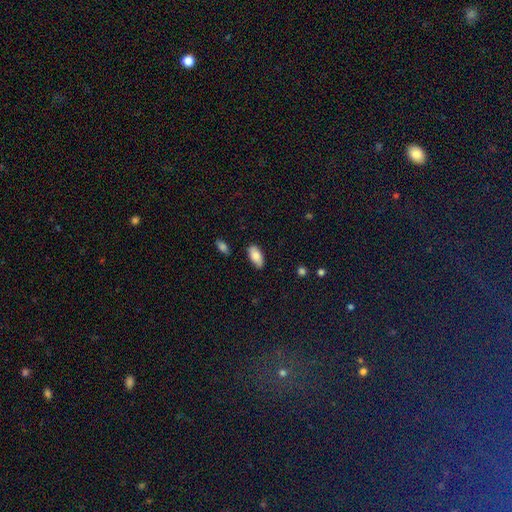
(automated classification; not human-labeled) smooth 83%, featured or disk 10%, star or artifact 7%. Down the decision tree: how rounded — in between (92%); merging — none (82%).